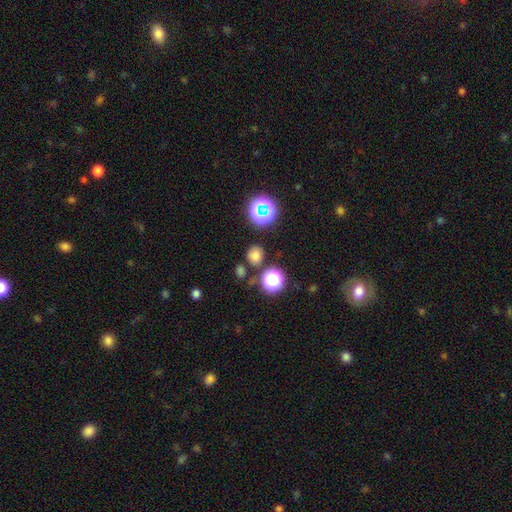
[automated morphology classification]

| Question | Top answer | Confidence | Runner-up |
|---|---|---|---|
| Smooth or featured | smooth | 70% | star or artifact (23%) |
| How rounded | round | 77% | in between (22%) |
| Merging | none | 80% | minor disturbance (10%) |